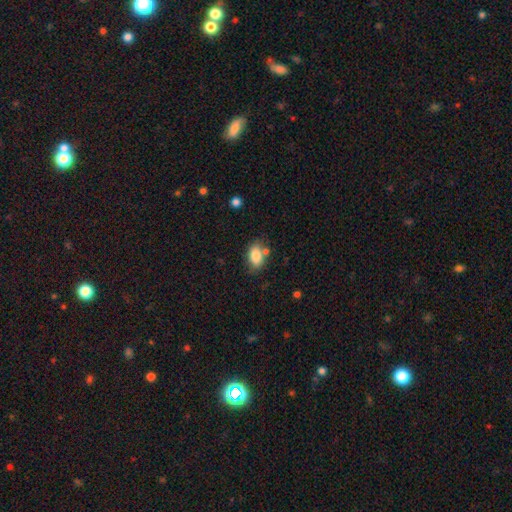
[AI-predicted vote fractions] Overall: smooth (82%). How rounded: in between (87%). Merging: none (64%).